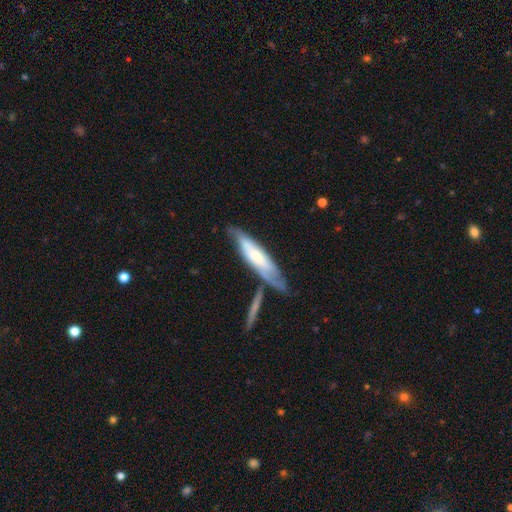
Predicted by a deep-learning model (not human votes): Morphology: type=featured or disk (52%); edge-on=yes (52%); merging=none (57%).